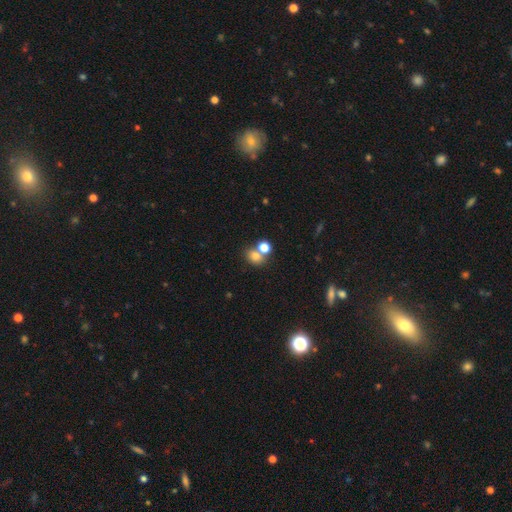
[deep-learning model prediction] Q: Smooth or featured?
A: smooth (75%); runner-up: star or artifact (15%)
Q: How rounded?
A: round (60%); runner-up: in between (39%)
Q: Merging?
A: none (48%); runner-up: merger (40%)